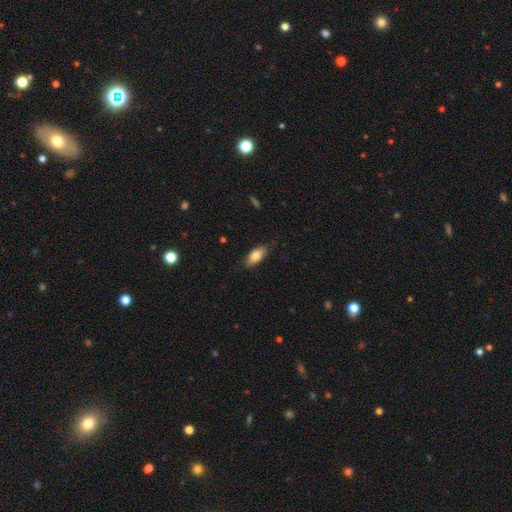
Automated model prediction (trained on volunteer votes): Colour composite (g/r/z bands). It shows a smooth galaxy with no disk features (79%) that is in between round and cigar-shaped (86%). Merging: none (84%).